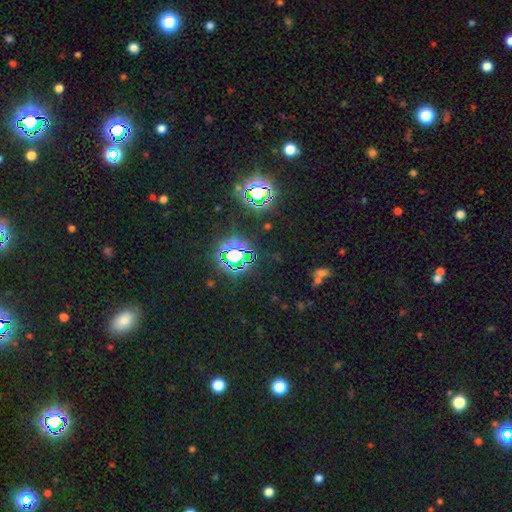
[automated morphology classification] Smooth or featured? star or artifact (76%)